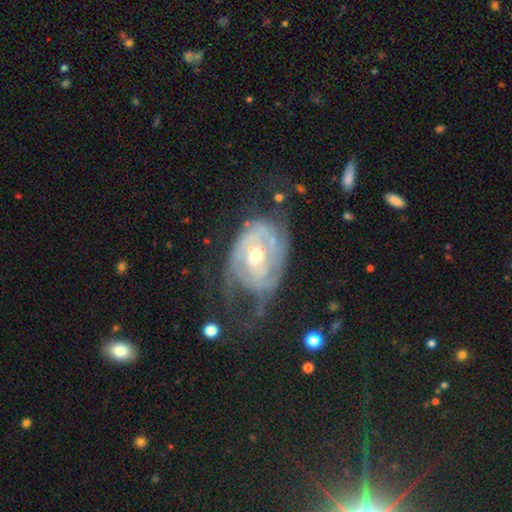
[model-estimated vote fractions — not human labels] This is clearly a featured or disk galaxy (82%). It is clearly not viewed edge-on (96%). Bar: likely no (61%). Spiral arm pattern: clearly yes (82%). Spiral arm count: possibly can't tell (45%). Spiral winding: likely tight (61%). Central bulge: likely moderate (62%). Merging: marginally none (42%).